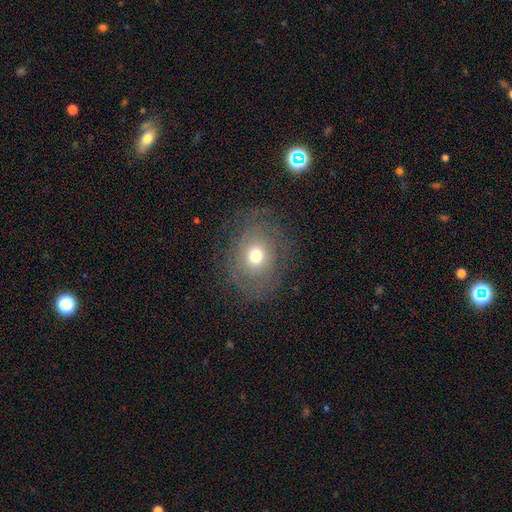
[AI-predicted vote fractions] Smooth or featured? smooth (46%)
Merging? none (79%)